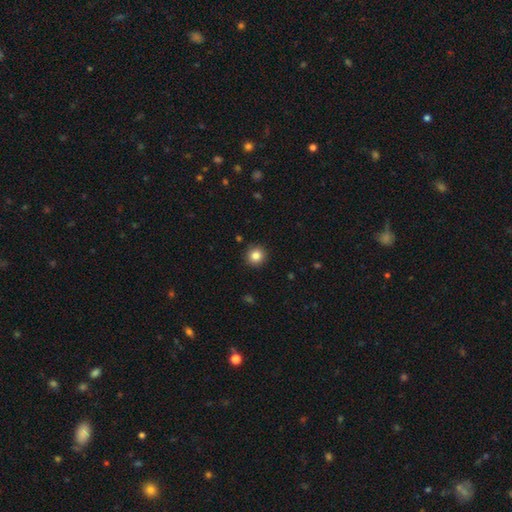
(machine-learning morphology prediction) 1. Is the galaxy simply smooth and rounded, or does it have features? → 84% smooth, 10% star or artifact, 5% featured or disk.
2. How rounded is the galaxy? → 93% round, 6% in between, 1% cigar-shaped.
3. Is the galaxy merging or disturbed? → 92% none, 5% minor disturbance, 2% major disturbance, 1% merger.